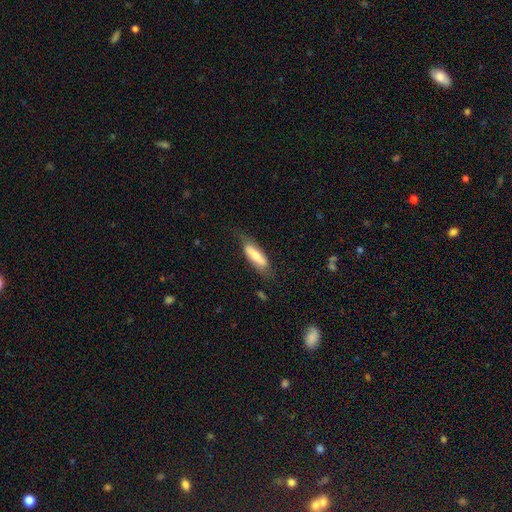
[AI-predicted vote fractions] Smooth or featured: smooth — 61% (featured or disk — 33%)
How rounded: in between — 53% (cigar-shaped — 45%)
Merging: none — 64% (minor disturbance — 24%)